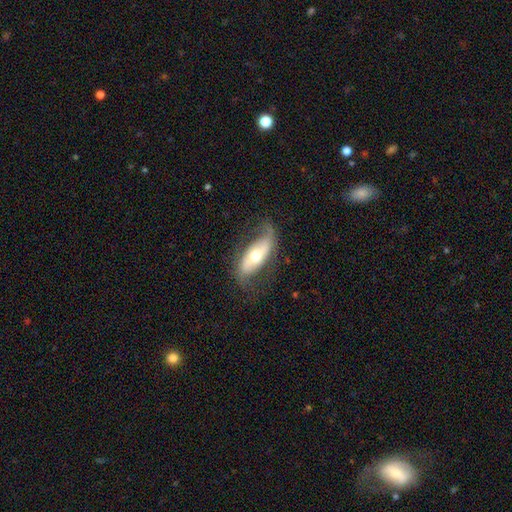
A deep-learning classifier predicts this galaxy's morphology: Q: Smooth or featured?
A: featured or disk (64%); runner-up: smooth (30%)
Q: Edge-on disk?
A: no (82%); runner-up: yes (18%)
Q: Bar?
A: no (50%); runner-up: strong (26%)
Q: Spiral arms?
A: yes (78%); runner-up: no (22%)
Q: Bulge size?
A: moderate (68%); runner-up: small (21%)
Q: Merging?
A: none (61%); runner-up: minor disturbance (23%)